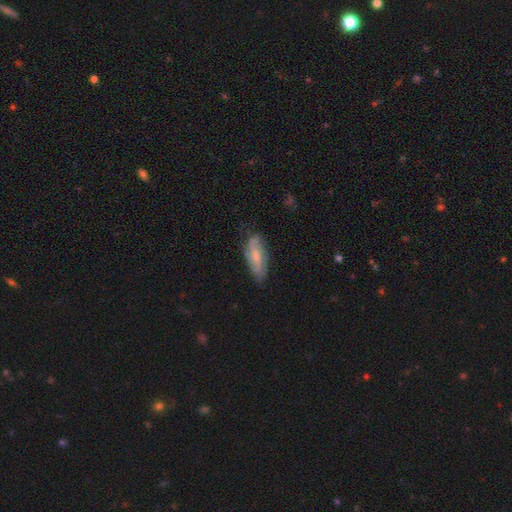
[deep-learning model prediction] Q: Smooth or featured?
A: featured or disk (55%); runner-up: smooth (39%)
Q: Edge-on disk?
A: no (86%); runner-up: yes (14%)
Q: Merging?
A: none (70%); runner-up: minor disturbance (23%)